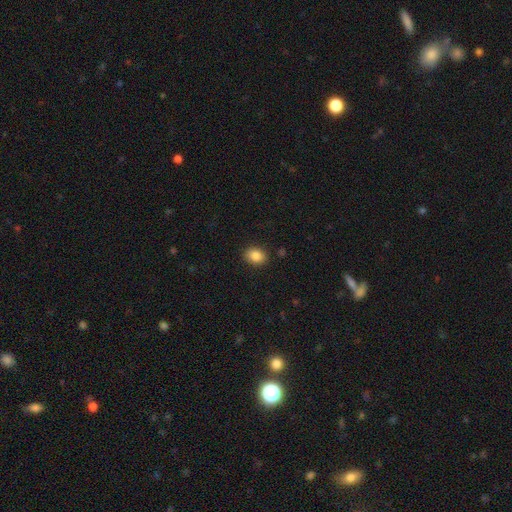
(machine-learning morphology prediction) smooth-or-featured: smooth: 86% | star or artifact: 9% | featured or disk: 5%
  how-rounded: in between: 68% | round: 31% | cigar-shaped: 1%
  merging: none: 88% | minor disturbance: 8% | major disturbance: 2% | merger: 1%